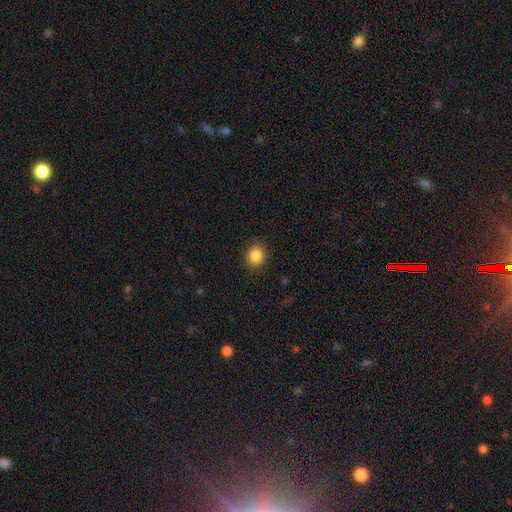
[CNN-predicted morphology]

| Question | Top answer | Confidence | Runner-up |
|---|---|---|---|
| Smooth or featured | smooth | 87% | star or artifact (10%) |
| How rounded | round | 69% | in between (30%) |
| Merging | none | 89% | minor disturbance (8%) |